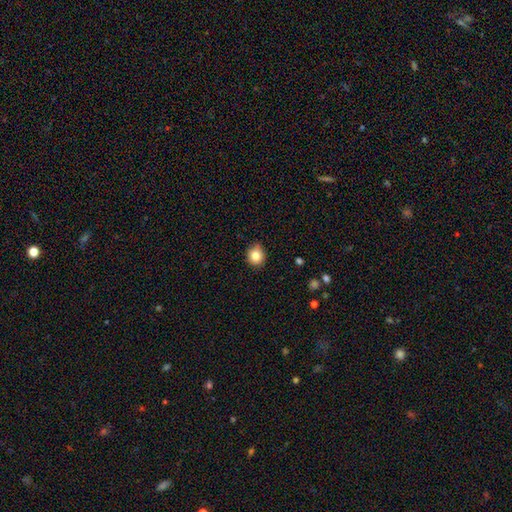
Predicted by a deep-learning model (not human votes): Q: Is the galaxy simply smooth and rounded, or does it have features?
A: smooth — 82%.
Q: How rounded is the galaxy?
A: round — 79%.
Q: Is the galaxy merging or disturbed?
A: none — 85%.